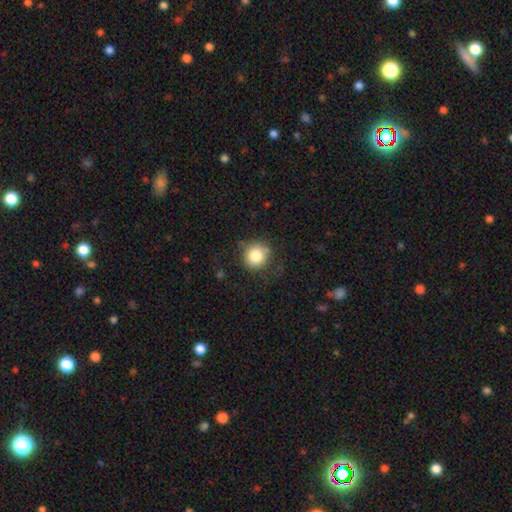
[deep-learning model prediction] A smooth galaxy with no disk features (82%) that is round (90%). Merging: none (73%).